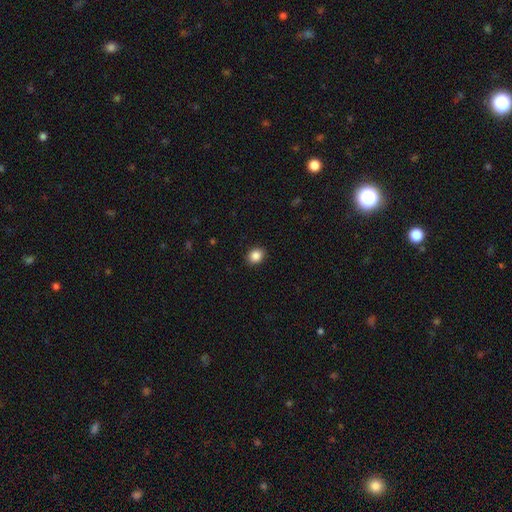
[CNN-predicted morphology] Smooth or featured? Predicted: smooth (p=0.87). How rounded? Predicted: round (p=0.52). Merging? Predicted: none (p=0.91).